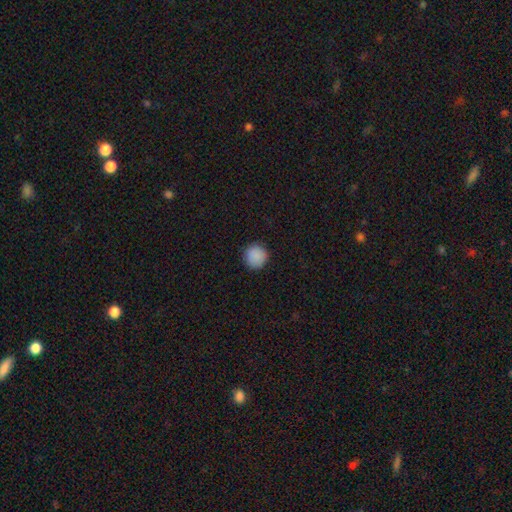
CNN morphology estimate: Smooth or featured?
  - smooth: 89% *
  - star or artifact: 8%
  - featured or disk: 3%
How rounded?
  - round: 95% *
  - in between: 4%
  - cigar-shaped: 1%
Merging?
  - none: 91% *
  - minor disturbance: 6%
  - major disturbance: 2%
  - merger: 1%